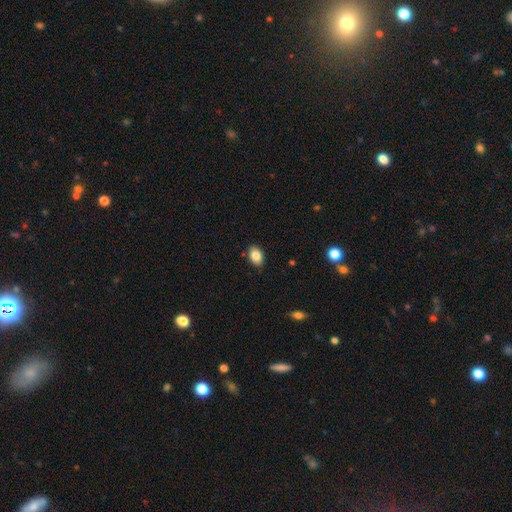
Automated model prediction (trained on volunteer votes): Morphology: type=smooth (85%); roundness=in between (84%); merging=none (87%).